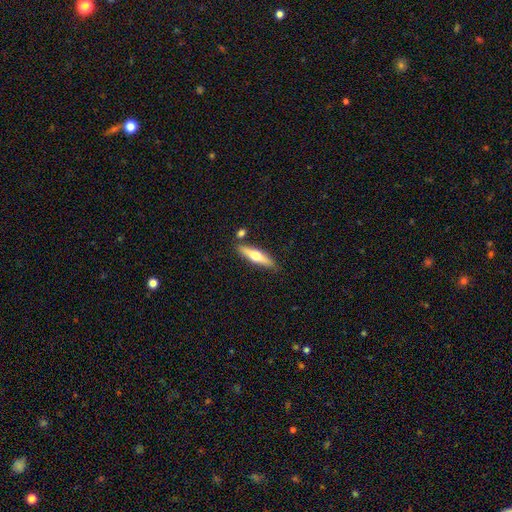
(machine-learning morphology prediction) featured or disk 49%, smooth 45%, star or artifact 5%. Down the decision tree: merging — none (81%).